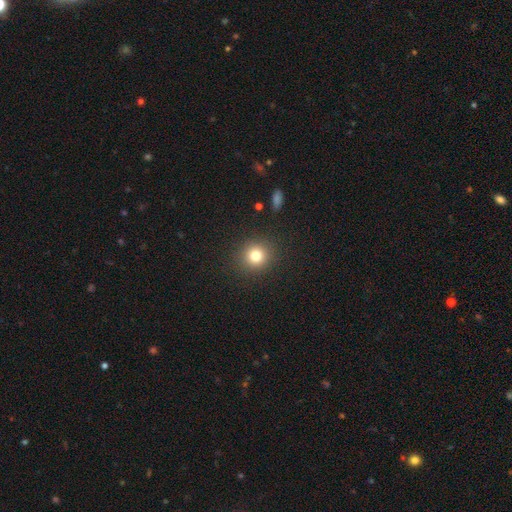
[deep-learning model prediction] This appears to be a smooth galaxy with no disk features (80%) that is round (91%). Merging: none (90%).